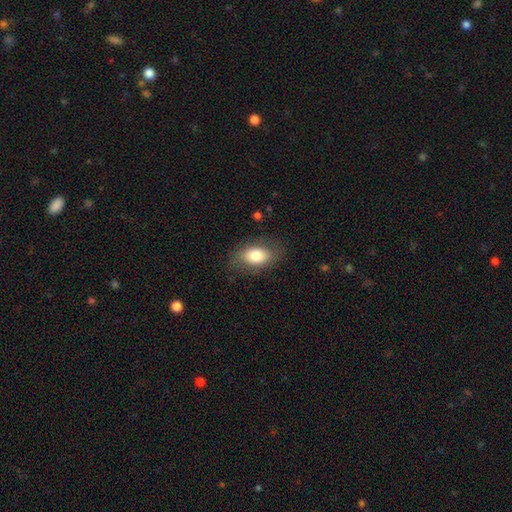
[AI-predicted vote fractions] Morphology: type=smooth (78%); roundness=in between (88%); merging=none (78%).